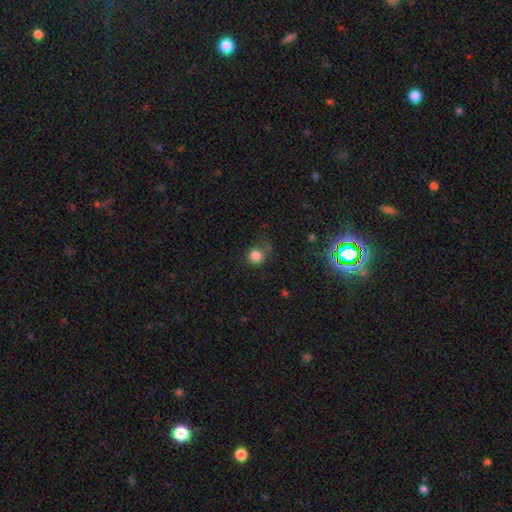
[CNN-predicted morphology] smooth_or_featured: smooth (p=0.82) [alt: star or artifact p=0.12]
how_rounded: round (p=0.89) [alt: in between p=0.10]
merging: none (p=0.59) [alt: minor disturbance p=0.22]